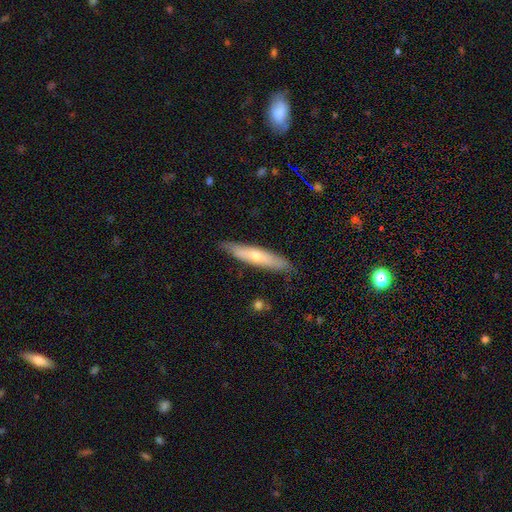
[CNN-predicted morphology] Smooth or featured? Predicted: featured or disk (p=0.51). Edge-on disk? Predicted: yes (p=0.86). Merging? Predicted: none (p=0.86).